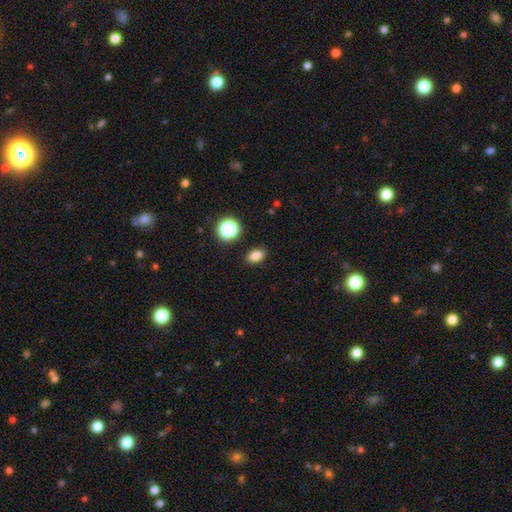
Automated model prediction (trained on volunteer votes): Smooth or featured?
  - smooth: 82% *
  - star or artifact: 13%
  - featured or disk: 5%
How rounded?
  - in between: 82% *
  - round: 16%
  - cigar-shaped: 2%
Merging?
  - none: 88% *
  - minor disturbance: 8%
  - major disturbance: 2%
  - merger: 2%